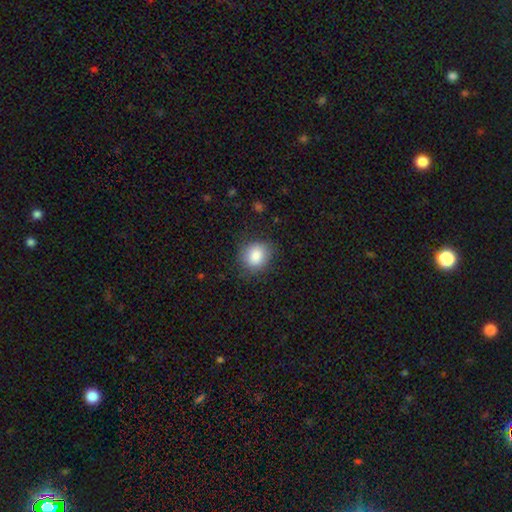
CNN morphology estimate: Smooth or featured? smooth (85%)
How rounded? round (65%)
Merging? none (79%)